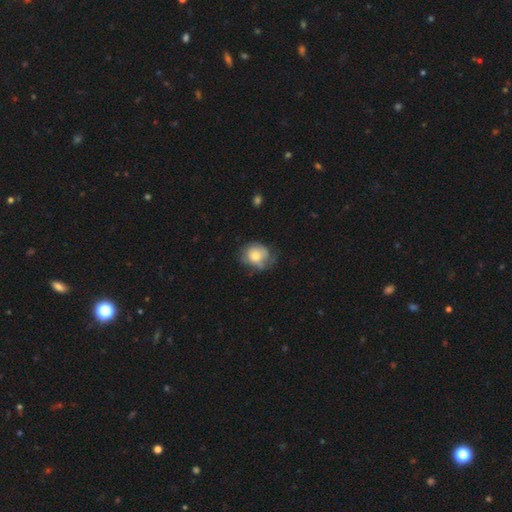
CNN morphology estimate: smooth_or_featured: smooth (p=0.64) [alt: featured or disk p=0.28]
how_rounded: round (p=0.68) [alt: in between p=0.31]
merging: none (p=0.50) [alt: minor disturbance p=0.32]